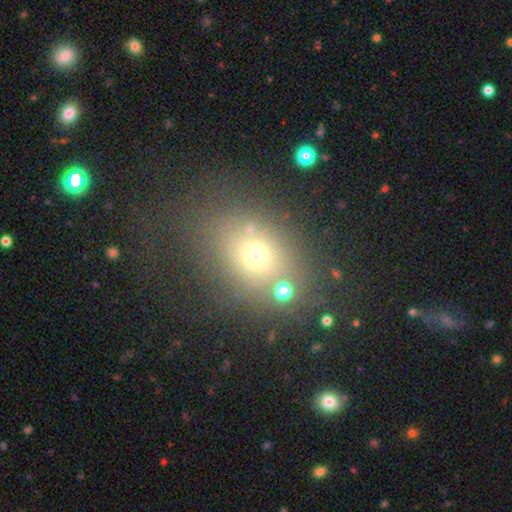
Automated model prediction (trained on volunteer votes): Smooth or featured? smooth (64%)
How rounded? in between (56%)
Merging? none (65%)